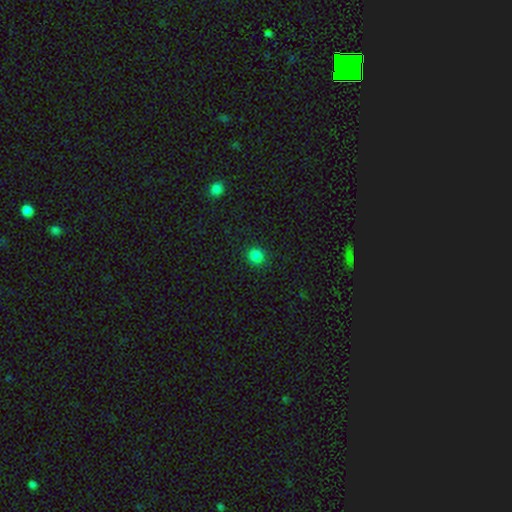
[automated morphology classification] Smooth or featured? Predicted: smooth (p=0.84). How rounded? Predicted: round (p=0.89). Merging? Predicted: none (p=0.91).